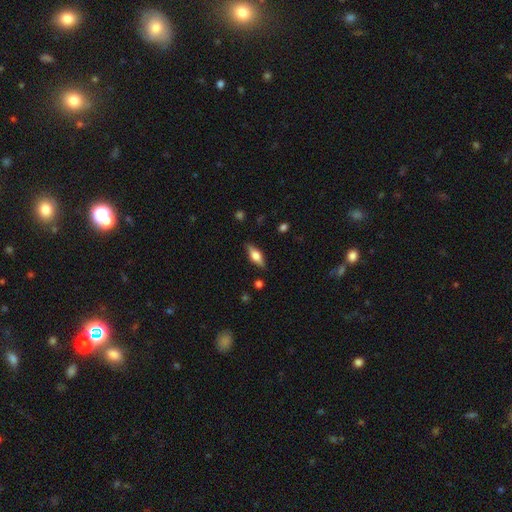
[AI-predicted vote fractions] Smooth or featured? featured or disk (48%)
Merging? none (85%)